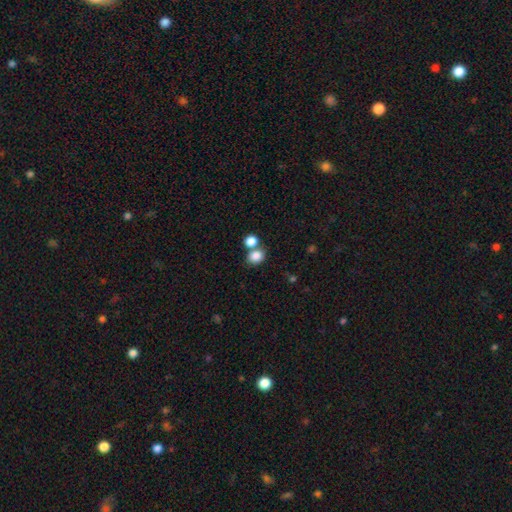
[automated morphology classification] Smooth or featured?
  - smooth: 84% *
  - star or artifact: 10%
  - featured or disk: 6%
How rounded?
  - round: 54% *
  - in between: 45%
  - cigar-shaped: 1%
Merging?
  - none: 51% *
  - merger: 36%
  - minor disturbance: 9%
  - major disturbance: 4%